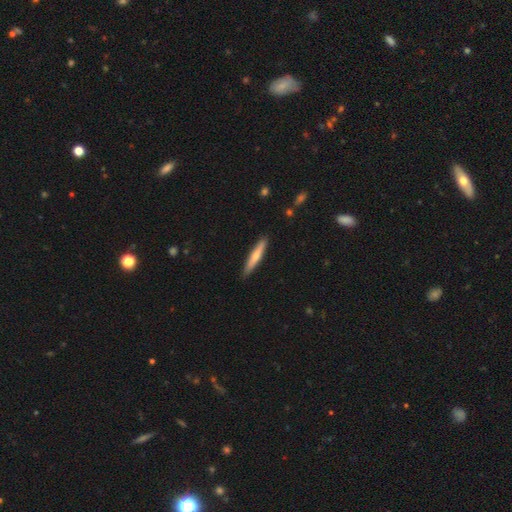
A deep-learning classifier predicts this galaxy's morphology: Smooth or featured?
  - smooth: 55% *
  - featured or disk: 40%
  - star or artifact: 5%
How rounded?
  - cigar-shaped: 92% *
  - in between: 6%
  - round: 1%
Merging?
  - none: 89% *
  - minor disturbance: 8%
  - major disturbance: 1%
  - merger: 1%